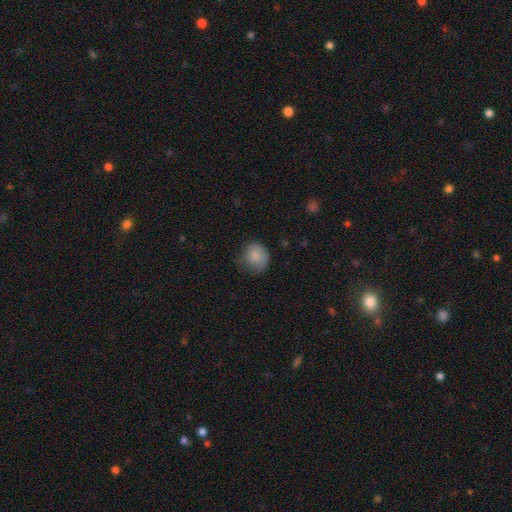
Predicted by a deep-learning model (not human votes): Smooth or featured: smooth — 82% (featured or disk — 10%)
How rounded: round — 73% (in between — 26%)
Merging: none — 56% (minor disturbance — 32%)